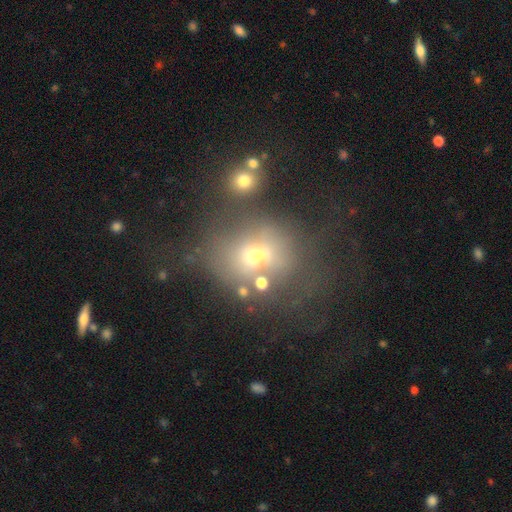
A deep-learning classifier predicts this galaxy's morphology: This appears to be a smooth galaxy with no disk features (55%) that is round (70%). Merging: none (44%).